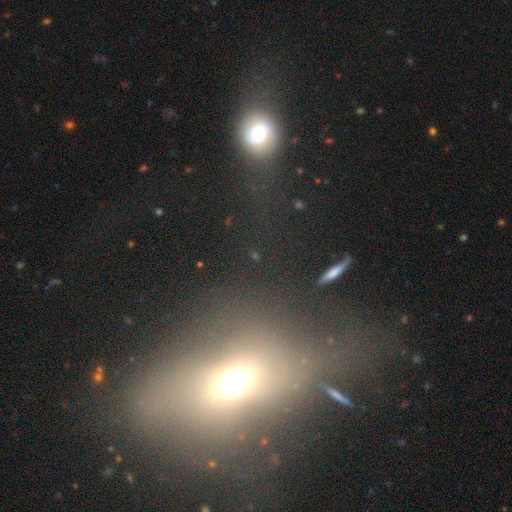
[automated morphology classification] A smooth galaxy with no disk features (42%). Merging: none (44%).